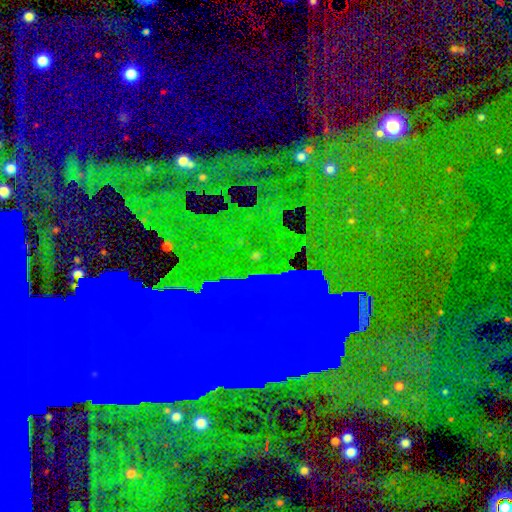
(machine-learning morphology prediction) A star or artifact, not a galaxy (78%).